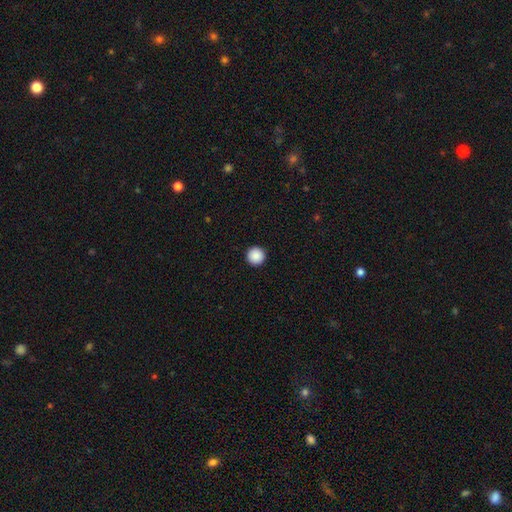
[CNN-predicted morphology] Smooth or featured? Predicted: smooth (p=0.89). How rounded? Predicted: round (p=0.97). Merging? Predicted: none (p=0.94).